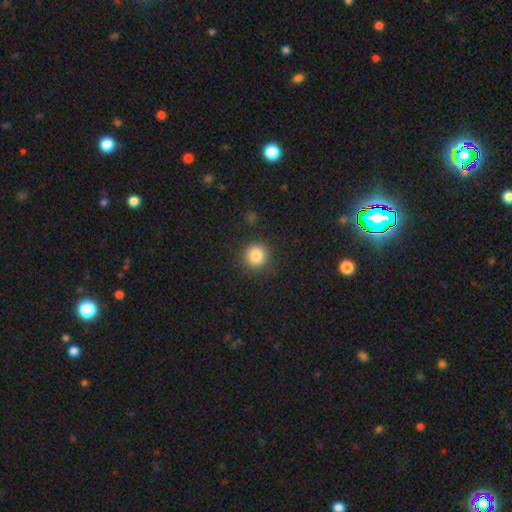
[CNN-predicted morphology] smooth_or_featured: smooth (p=0.85) [alt: star or artifact p=0.10]
how_rounded: round (p=0.94) [alt: in between p=0.05]
merging: none (p=0.90) [alt: minor disturbance p=0.06]